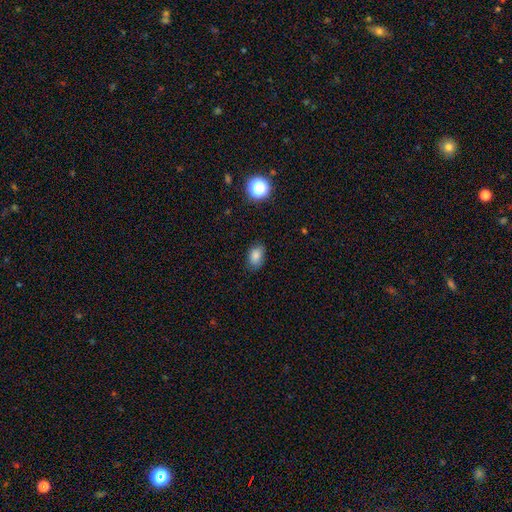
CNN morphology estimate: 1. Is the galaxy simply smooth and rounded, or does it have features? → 84% smooth, 11% star or artifact, 5% featured or disk.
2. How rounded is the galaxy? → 84% in between, 15% round, 1% cigar-shaped.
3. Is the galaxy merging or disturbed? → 79% none, 17% minor disturbance, 4% major disturbance, 1% merger.